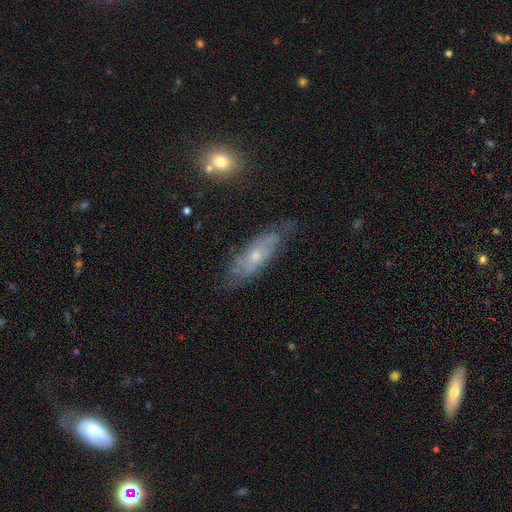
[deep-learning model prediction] This appears to be a featured or disk galaxy (63%). Merging: none (63%).